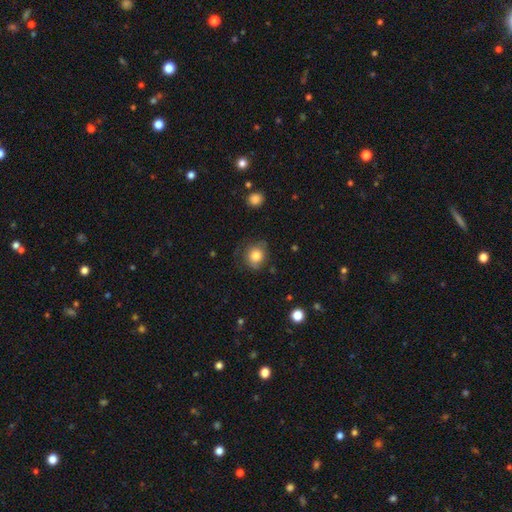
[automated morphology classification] The model was most divided on "merging": none: 66%, minor disturbance: 23%, major disturbance: 10%, merger: 2%. More confident: smooth or featured — smooth (77%); how rounded — round (74%).